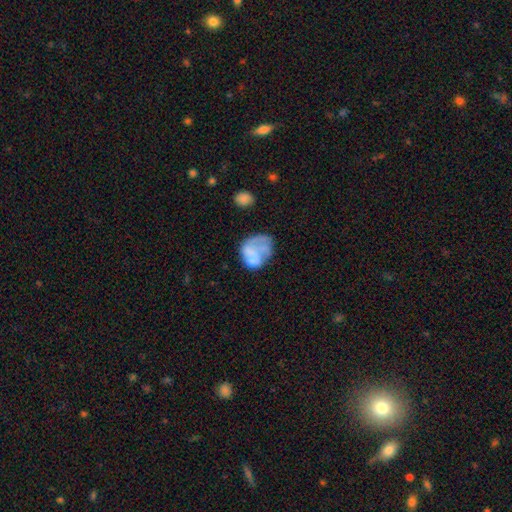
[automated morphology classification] Q: Smooth or featured?
A: smooth (53%); runner-up: featured or disk (38%)
Q: How rounded?
A: in between (51%); runner-up: round (48%)
Q: Merging?
A: none (34%); runner-up: major disturbance (31%)